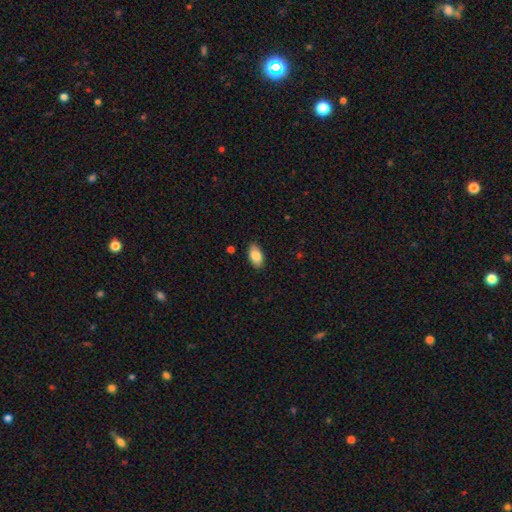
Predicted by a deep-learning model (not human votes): This appears to be a smooth galaxy with no disk features (87%) that is in between round and cigar-shaped (94%). Merging: none (87%).